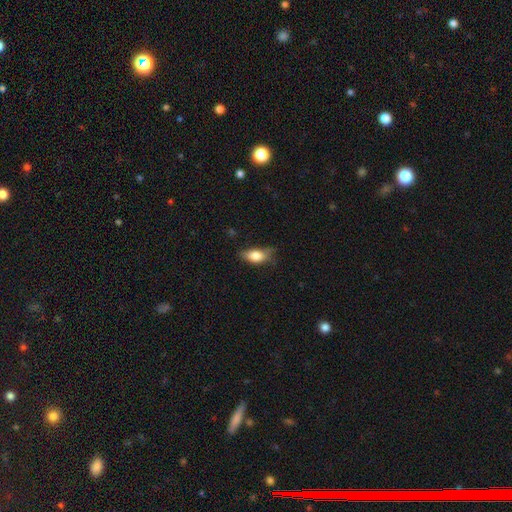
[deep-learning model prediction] This is likely a smooth galaxy (78%). How rounded: clearly in between (84%). Merging: possibly none (49%).